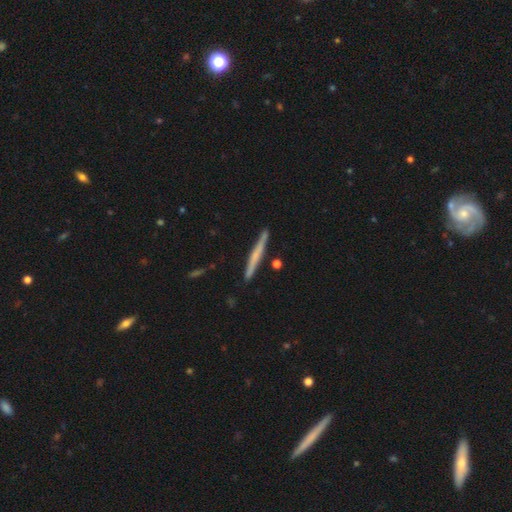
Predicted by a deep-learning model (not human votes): A smooth galaxy with no disk features (48%). Merging: none (88%).